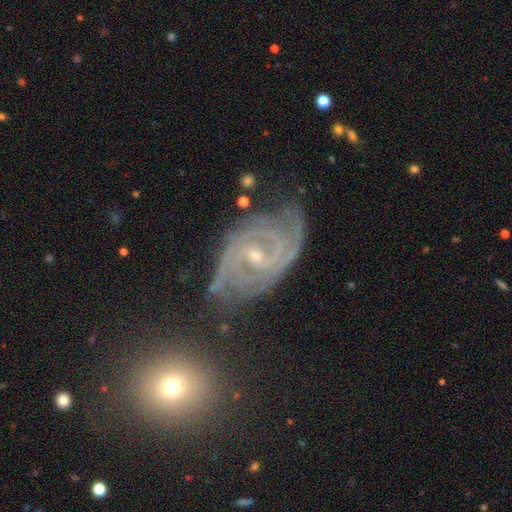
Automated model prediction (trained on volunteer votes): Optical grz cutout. It shows a featured or disk galaxy (90%) with a weak bar (44%), 2 (34%) tight (72%) spiral arms (98%) and a small central bulge (63%). Merging: none (64%).